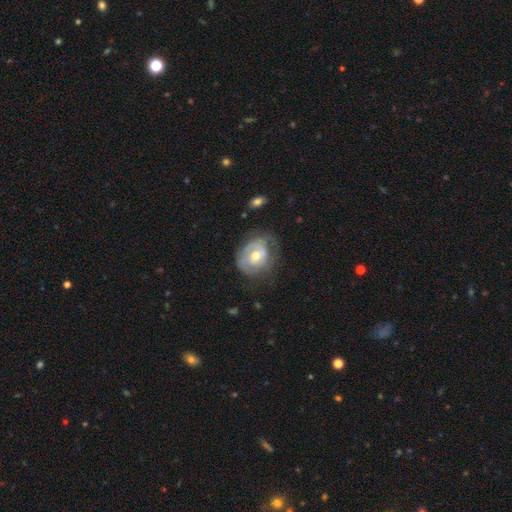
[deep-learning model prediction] A featured or disk galaxy (57%) with no bar (67%), spiral arms (58%) and a moderate central bulge (65%). Merging: none (46%).